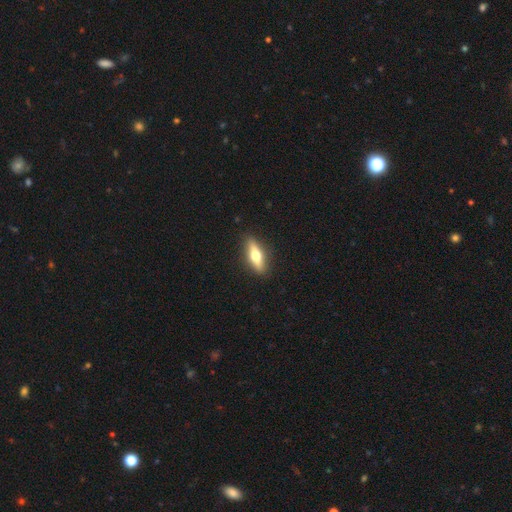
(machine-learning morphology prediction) Q: Smooth or featured?
A: smooth (51%); runner-up: featured or disk (43%)
Q: How rounded?
A: cigar-shaped (54%); runner-up: in between (43%)
Q: Merging?
A: none (89%); runner-up: minor disturbance (8%)